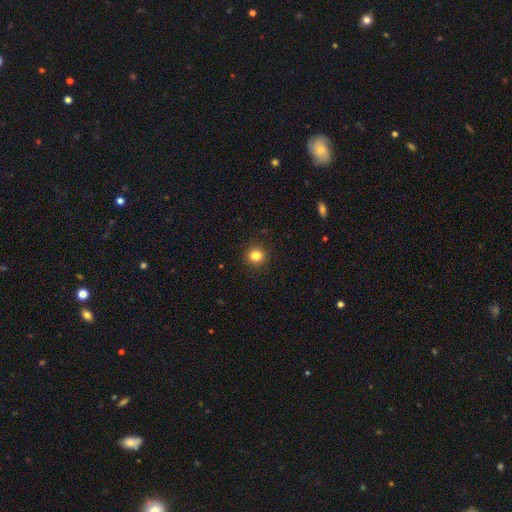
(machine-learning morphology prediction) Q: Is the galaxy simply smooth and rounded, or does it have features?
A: smooth — 82%.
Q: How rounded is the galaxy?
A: round — 87%.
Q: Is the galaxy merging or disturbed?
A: none — 91%.